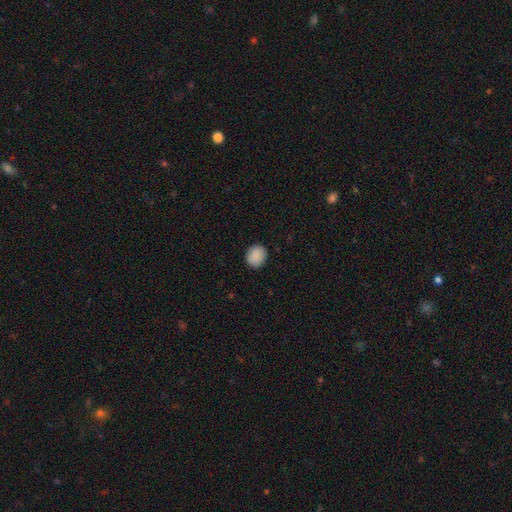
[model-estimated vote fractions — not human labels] Q: Smooth or featured?
A: smooth (89%); runner-up: star or artifact (8%)
Q: How rounded?
A: round (74%); runner-up: in between (25%)
Q: Merging?
A: none (89%); runner-up: minor disturbance (8%)